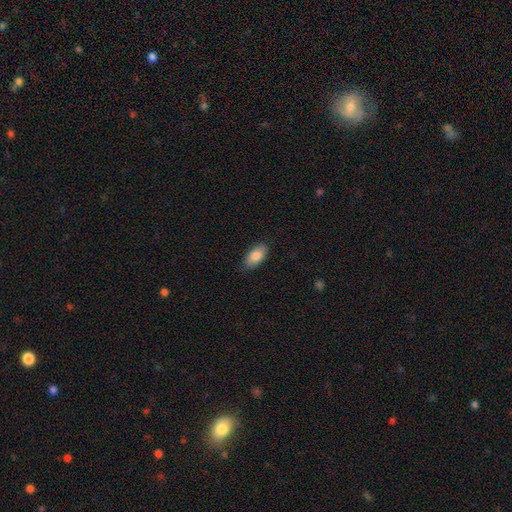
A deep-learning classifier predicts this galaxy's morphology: smooth_or_featured: smooth (p=0.87) [alt: featured or disk p=0.07]
how_rounded: in between (p=0.92) [alt: cigar-shaped p=0.05]
merging: none (p=0.84) [alt: minor disturbance p=0.13]